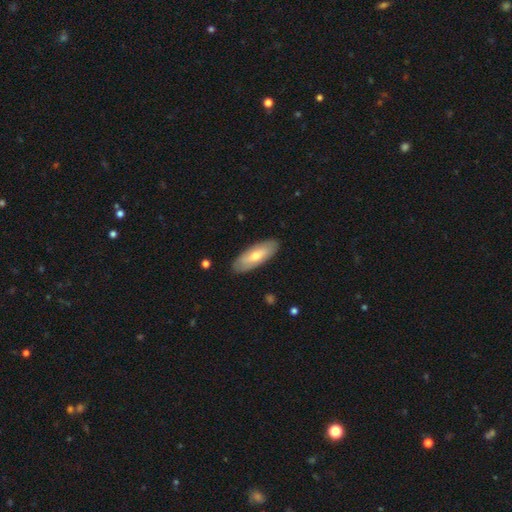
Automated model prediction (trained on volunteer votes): smooth 60%, featured or disk 35%, star or artifact 5%. Down the decision tree: how rounded — in between (72%); merging — none (88%).